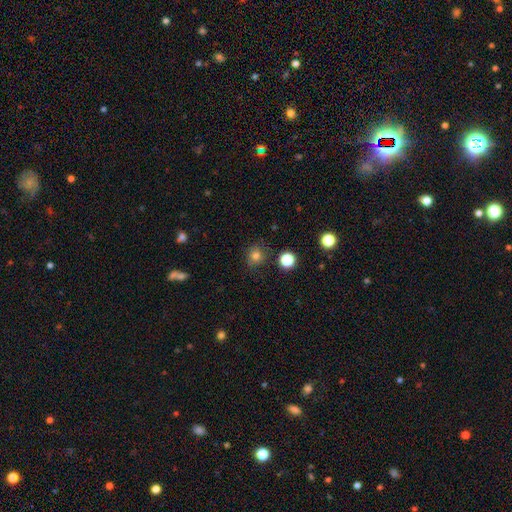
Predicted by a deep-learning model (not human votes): Morphology: type=smooth (76%); roundness=round (87%); merging=none (81%).